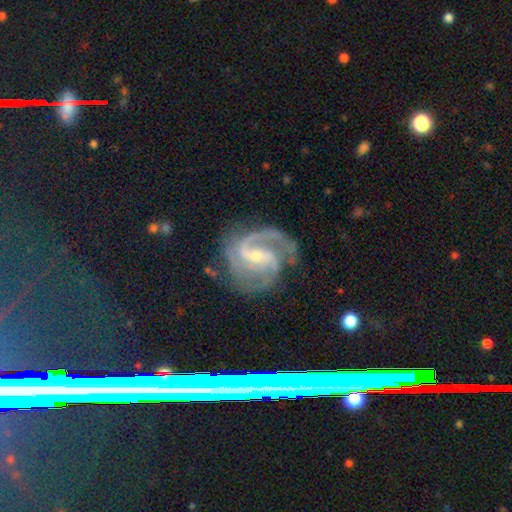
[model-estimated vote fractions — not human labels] A featured or disk galaxy (92%) with a weak bar (47%), 2 (46%) medium (56%) spiral arms (99%) and a small central bulge (65%). Merging: none (73%).